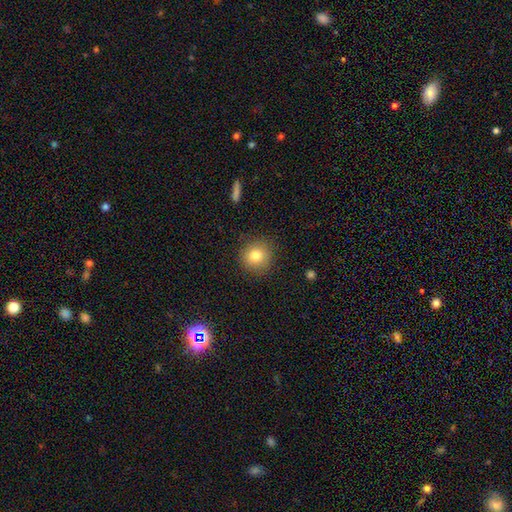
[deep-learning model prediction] Smooth or featured? smooth (81%)
How rounded? round (91%)
Merging? none (87%)